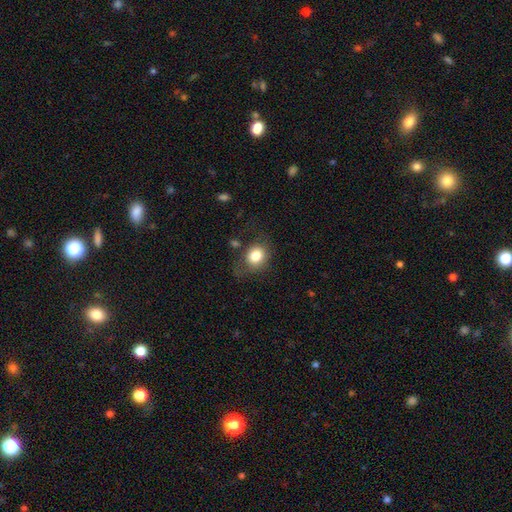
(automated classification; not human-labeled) Overall: smooth (81%). How rounded: round (61%; in between 38%). Merging: none (63%).